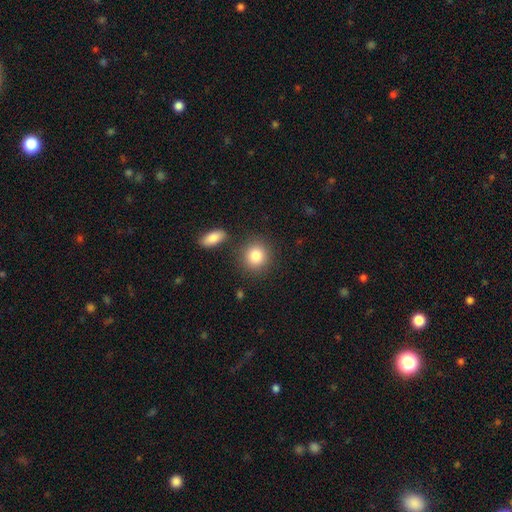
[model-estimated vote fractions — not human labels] Q: Smooth or featured?
A: smooth (84%); runner-up: star or artifact (9%)
Q: How rounded?
A: round (85%); runner-up: in between (14%)
Q: Merging?
A: none (82%); runner-up: minor disturbance (8%)